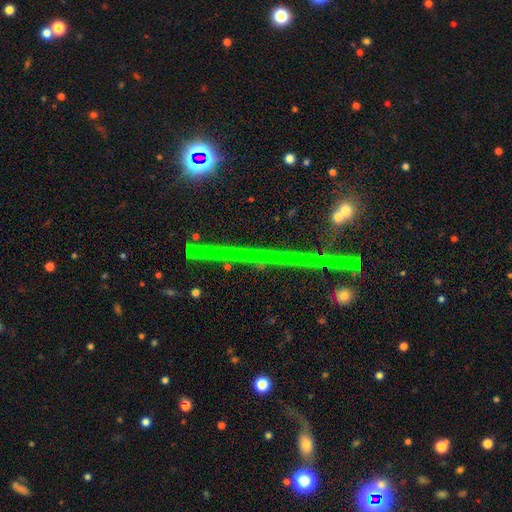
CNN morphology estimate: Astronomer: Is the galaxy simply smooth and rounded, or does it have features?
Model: star or artifact — 78%.